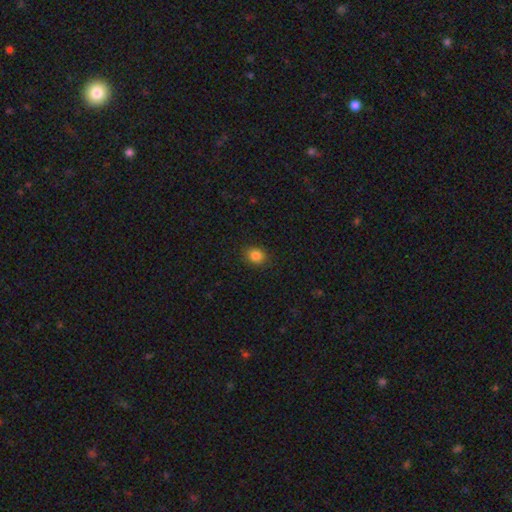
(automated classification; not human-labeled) Overall: smooth (85%). How rounded: round (65%; in between 35%). Merging: none (88%).